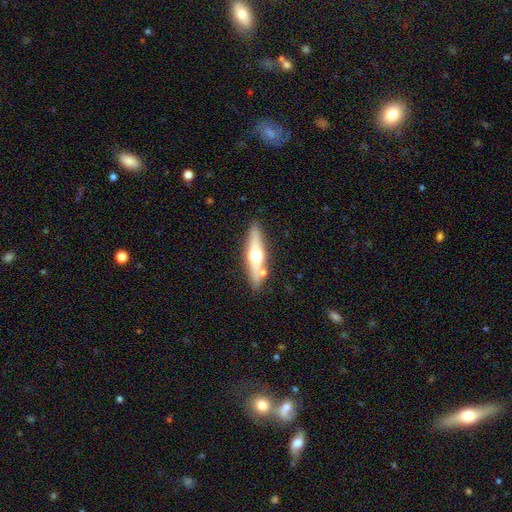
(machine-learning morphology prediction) A featured or disk galaxy (56%) viewed edge-on (91%) with a rounded central bulge (93%). Merging: none (80%).